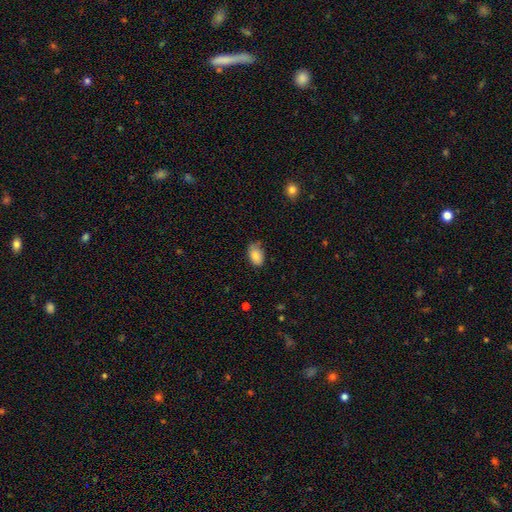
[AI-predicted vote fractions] The model was most divided on "merging": none: 67%, minor disturbance: 27%, major disturbance: 5%, merger: 2%. More confident: how rounded — in between (90%); smooth or featured — smooth (84%).